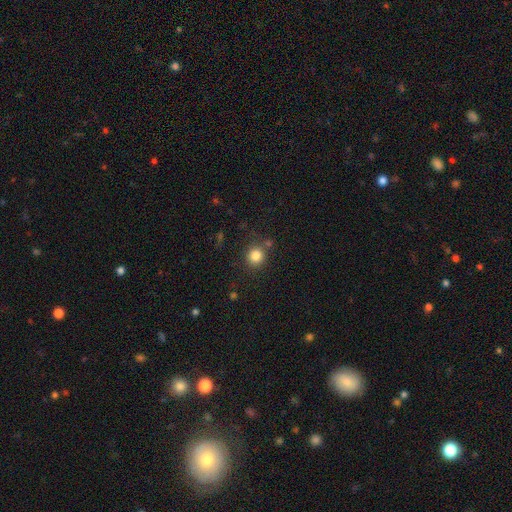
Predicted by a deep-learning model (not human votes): Smooth or featured? smooth (83%)
How rounded? round (89%)
Merging? none (80%)